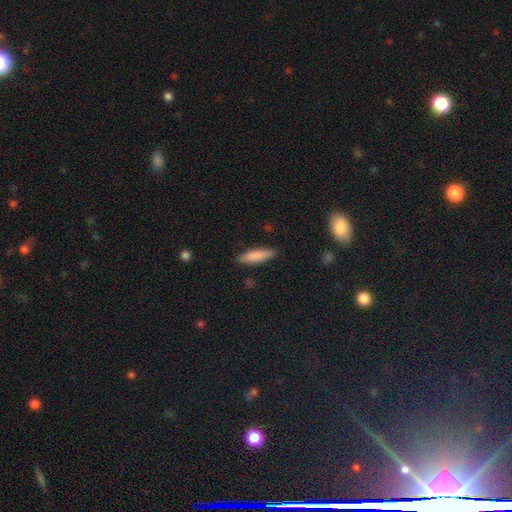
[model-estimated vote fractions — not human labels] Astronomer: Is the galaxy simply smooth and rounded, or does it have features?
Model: smooth — 84%.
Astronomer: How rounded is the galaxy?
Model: cigar-shaped — 63%.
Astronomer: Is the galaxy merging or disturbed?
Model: none — 87%.